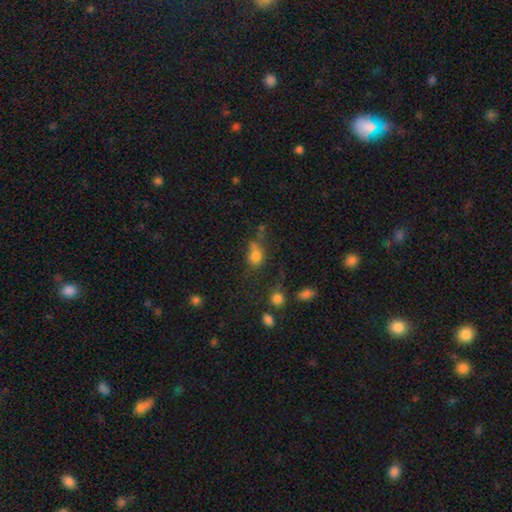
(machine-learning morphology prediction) A smooth galaxy with no disk features (75%) that is round (54%).

Vote fractions:
- Smooth or featured? smooth: 75% / star or artifact: 14% / featured or disk: 11%
- How rounded? round: 54% / in between: 44% / cigar-shaped: 2%
- Merging? none: 43% / minor disturbance: 22% / merger: 20% / major disturbance: 15%